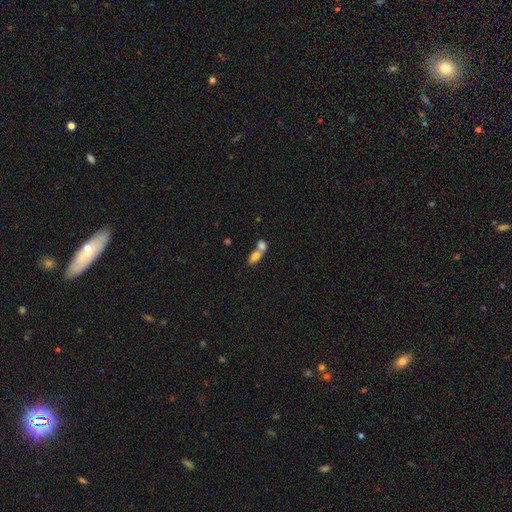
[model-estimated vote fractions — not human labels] A smooth galaxy with no disk features (77%) that is in between round and cigar-shaped (82%). Merging: merger (69%).